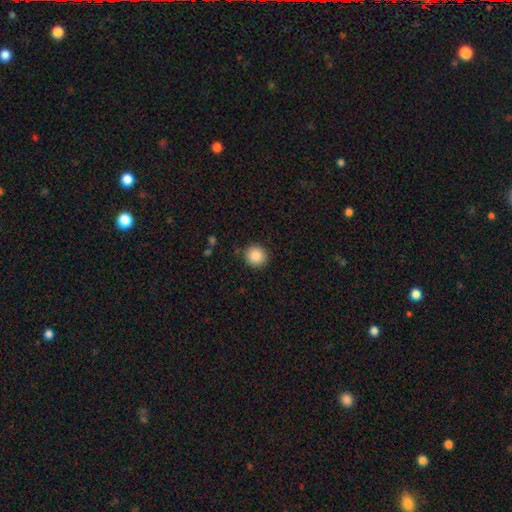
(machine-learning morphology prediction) This appears to be a smooth galaxy with no disk features (87%) that is round (92%). Merging: none (91%).